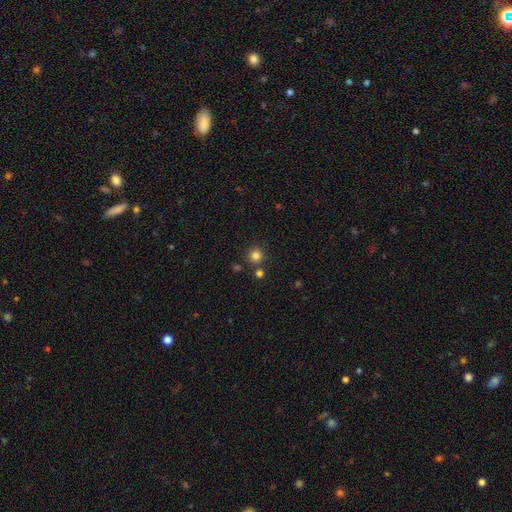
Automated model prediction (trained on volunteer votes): The model was most divided on "smooth or featured": smooth: 82%, star or artifact: 14%, featured or disk: 4%. More confident: how rounded — round (95%); merging — none (82%).